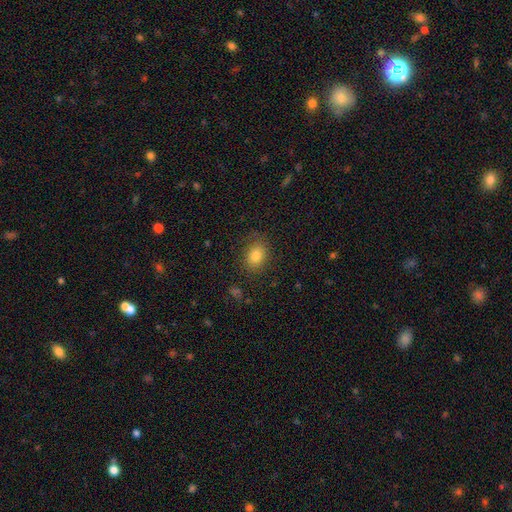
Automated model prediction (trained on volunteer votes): Smooth or featured?
  - smooth: 80% *
  - star or artifact: 11%
  - featured or disk: 9%
How rounded?
  - in between: 59% *
  - round: 40%
  - cigar-shaped: 1%
Merging?
  - none: 82% *
  - minor disturbance: 13%
  - major disturbance: 4%
  - merger: 1%